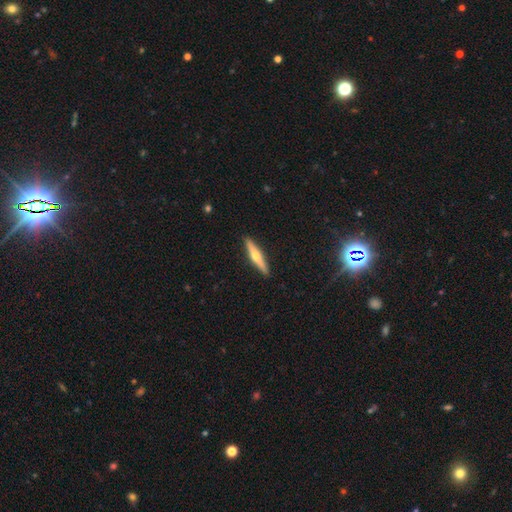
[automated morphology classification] Smooth or featured?
  - featured or disk: 56% *
  - smooth: 39%
  - star or artifact: 5%
Edge-on disk?
  - yes: 96% *
  - no: 4%
Edge-on bulge?
  - rounded: 89% *
  - none: 7%
  - boxy: 3%
Merging?
  - none: 91% *
  - minor disturbance: 7%
  - major disturbance: 1%
  - merger: 1%